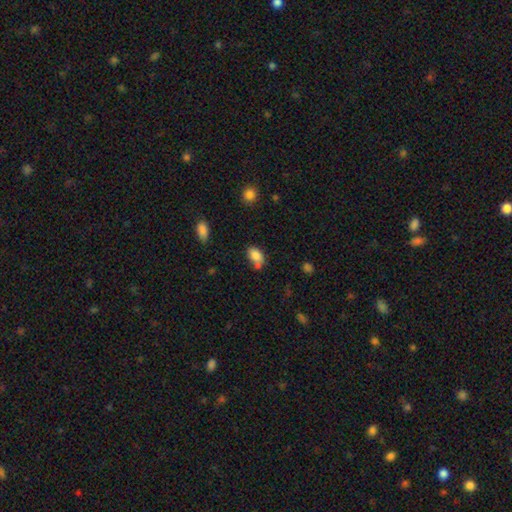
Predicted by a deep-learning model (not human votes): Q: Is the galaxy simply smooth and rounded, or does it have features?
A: smooth — 82%.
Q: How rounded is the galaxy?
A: in between — 86%.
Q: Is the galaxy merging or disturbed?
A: none — 48%.